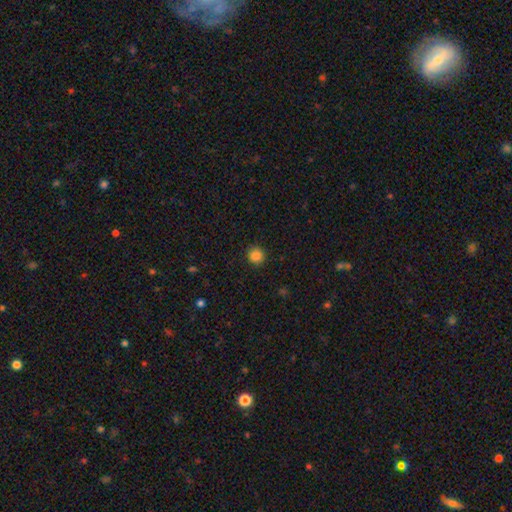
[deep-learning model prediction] This is clearly a smooth galaxy (85%). How rounded: clearly round (93%). Merging: clearly none (91%).